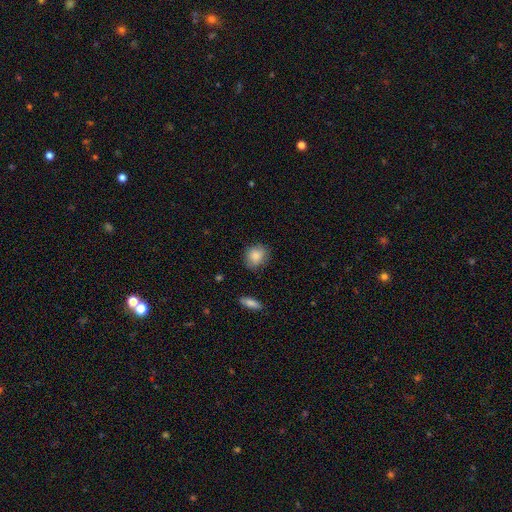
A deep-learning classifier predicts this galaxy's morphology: A smooth galaxy with no disk features (85%) that is round (72%).

Vote fractions:
- Smooth or featured? smooth: 85% / featured or disk: 8% / star or artifact: 7%
- How rounded? round: 72% / in between: 26% / cigar-shaped: 1%
- Merging? none: 79% / minor disturbance: 16% / major disturbance: 3% / merger: 2%